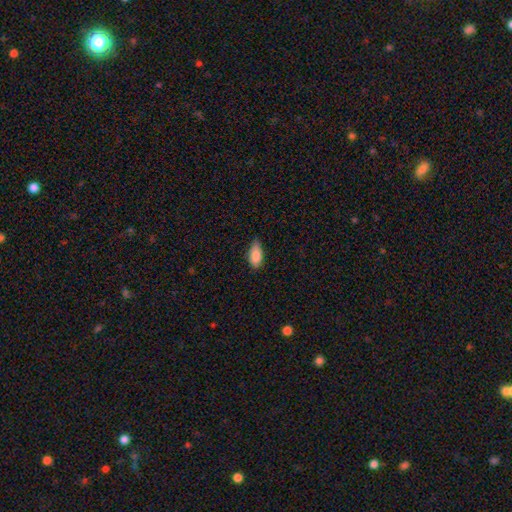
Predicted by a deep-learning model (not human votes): This appears to be a smooth galaxy with no disk features (88%) that is in between round and cigar-shaped (89%). Merging: none (61%).